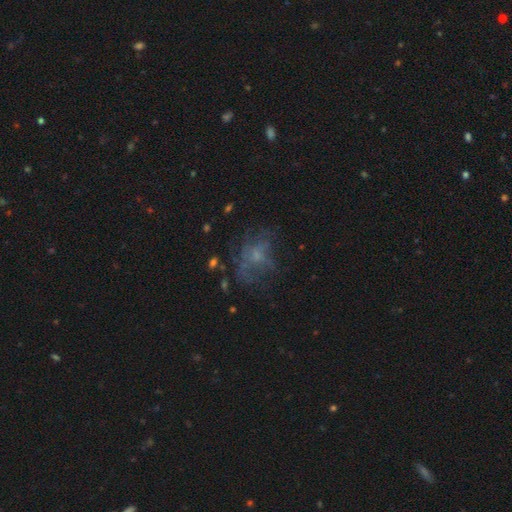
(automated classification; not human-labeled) A featured or disk galaxy (45%).

Vote fractions:
- Smooth or featured? featured or disk: 45% / smooth: 33% / star or artifact: 22%
- Merging? none: 49% / major disturbance: 28% / minor disturbance: 20% / merger: 3%